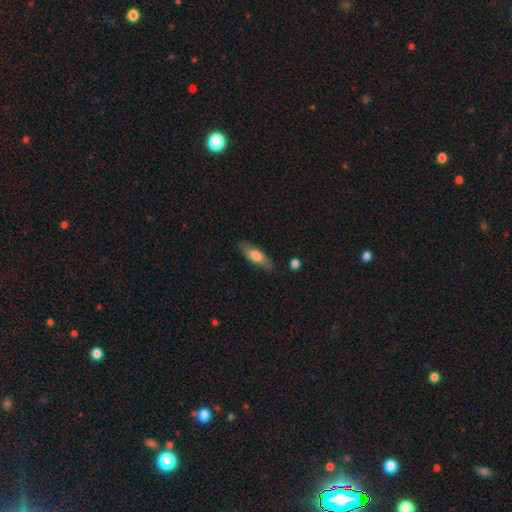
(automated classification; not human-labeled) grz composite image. It shows a smooth galaxy with no disk features (66%) that is in between round and cigar-shaped (57%). Merging: none (82%).